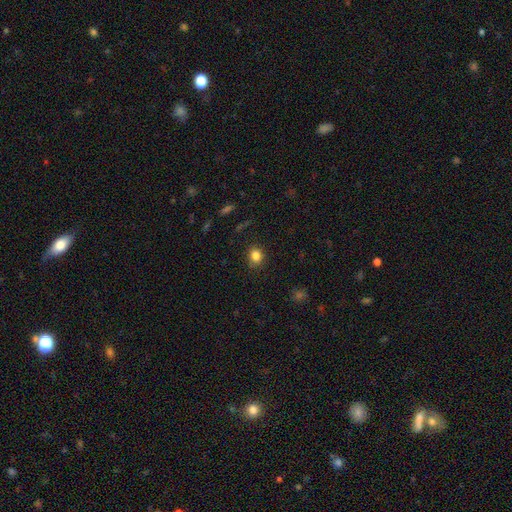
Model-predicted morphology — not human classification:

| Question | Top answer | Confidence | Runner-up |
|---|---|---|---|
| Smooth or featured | smooth | 83% | star or artifact (12%) |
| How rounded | round | 66% | in between (33%) |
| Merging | none | 86% | minor disturbance (10%) |